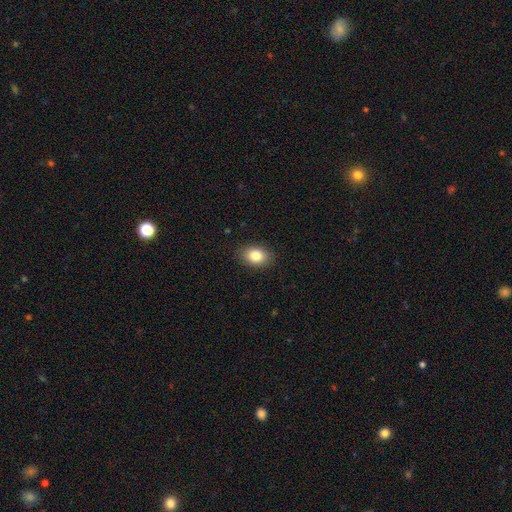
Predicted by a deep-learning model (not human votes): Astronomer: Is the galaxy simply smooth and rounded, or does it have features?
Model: smooth — 84%.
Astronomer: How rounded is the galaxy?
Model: in between — 75%.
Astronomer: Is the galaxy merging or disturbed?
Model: none — 87%.